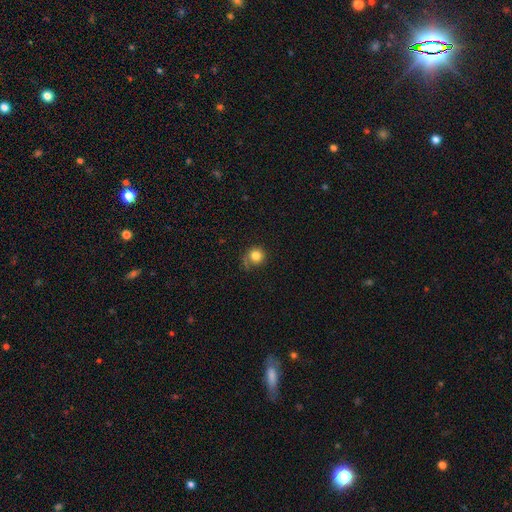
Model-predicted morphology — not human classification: This appears to be a smooth galaxy with no disk features (82%) that is round (89%). Merging: none (65%).